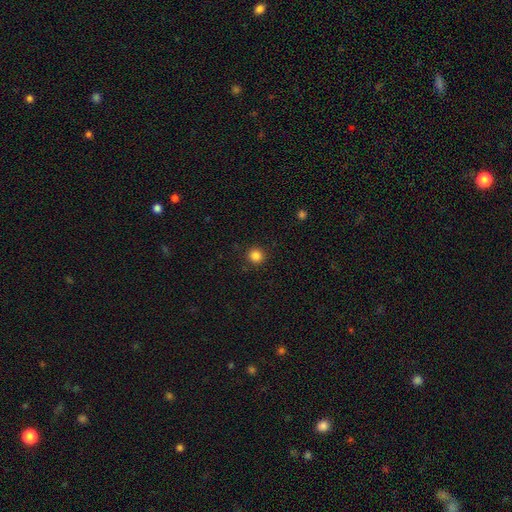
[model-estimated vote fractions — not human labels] Smooth or featured? Predicted: smooth (p=0.85). How rounded? Predicted: round (p=0.94). Merging? Predicted: none (p=0.91).